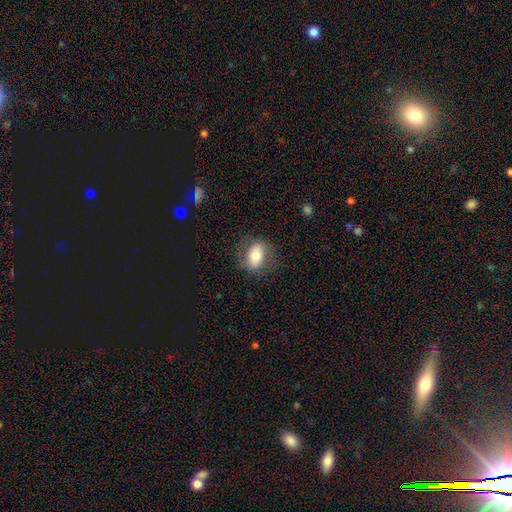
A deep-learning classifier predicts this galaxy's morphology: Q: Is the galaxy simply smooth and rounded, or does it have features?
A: smooth — 67%.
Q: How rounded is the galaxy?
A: in between — 76%.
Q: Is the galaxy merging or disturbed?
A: none — 77%.